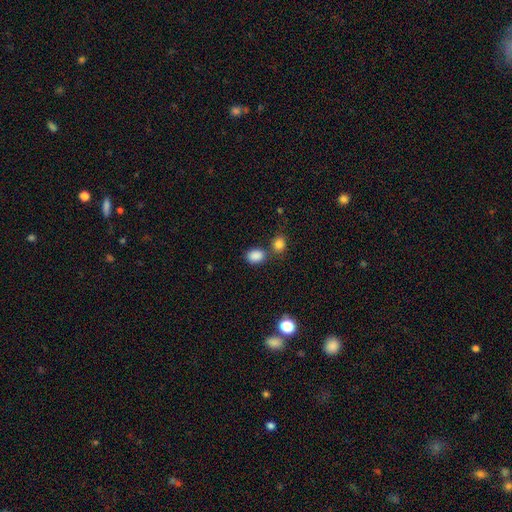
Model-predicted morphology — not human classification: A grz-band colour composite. It shows a smooth galaxy with no disk features (86%) that is in between round and cigar-shaped (62%). Merging: none (59%).